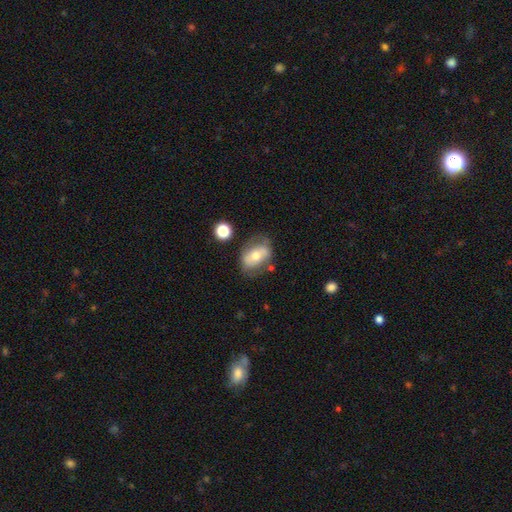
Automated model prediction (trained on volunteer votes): smooth-or-featured: smooth: 52% | featured or disk: 40% | star or artifact: 8%
  how-rounded: in between: 81% | round: 17% | cigar-shaped: 2%
  merging: none: 62% | minor disturbance: 22% | major disturbance: 9% | merger: 6%